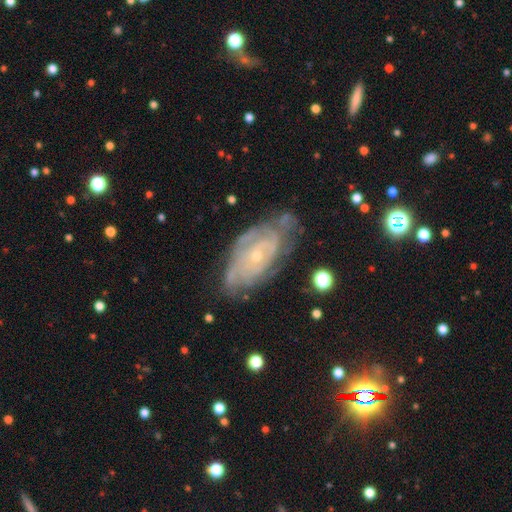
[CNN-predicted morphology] Smooth or featured? Predicted: featured or disk (p=0.82). Edge-on disk? Predicted: no (p=0.94). Bar? Predicted: no (p=0.76). Spiral arms? Predicted: yes (p=0.88). Spiral winding? Predicted: tight (p=0.72). Spiral arm count? Predicted: can't tell (p=0.49). Bulge size? Predicted: small (p=0.78). Merging? Predicted: none (p=0.63).